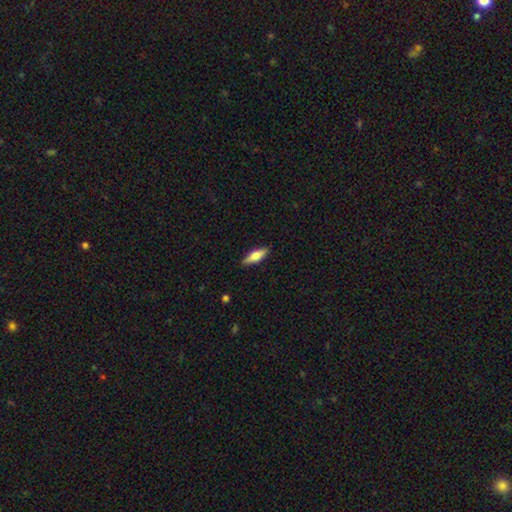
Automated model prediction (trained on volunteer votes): Morphology: type=smooth (56%); roundness=cigar-shaped (50%); merging=none (88%).